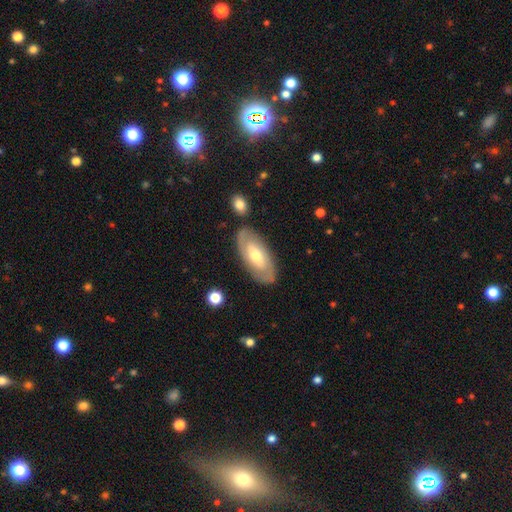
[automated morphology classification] Smooth or featured? Predicted: featured or disk (p=0.58). Edge-on disk? Predicted: no (p=0.87). Bar? Predicted: no (p=0.47). Spiral arms? Predicted: yes (p=0.61). Bulge size? Predicted: moderate (p=0.64). Merging? Predicted: none (p=0.82).